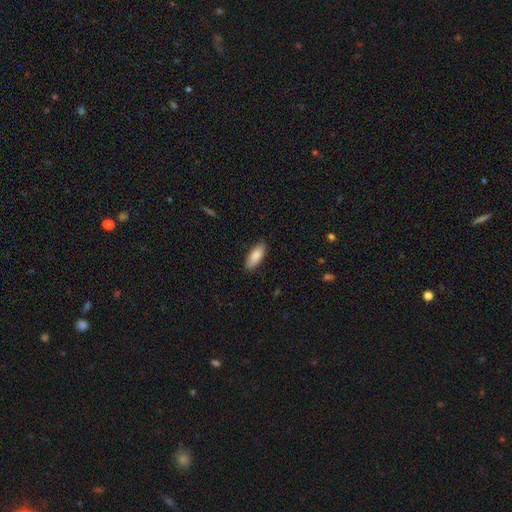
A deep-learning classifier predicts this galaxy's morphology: Smooth or featured? Predicted: smooth (p=0.86). How rounded? Predicted: in between (p=0.73). Merging? Predicted: none (p=0.87).